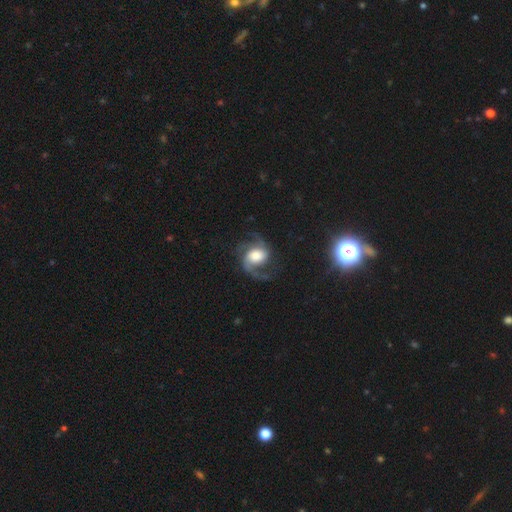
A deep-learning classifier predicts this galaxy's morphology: This is clearly a featured or disk galaxy (83%). It is clearly not viewed edge-on (98%). Bar: possibly no (60%). Spiral arm pattern: clearly yes (97%). Spiral arm count: clearly 2 (84%). Spiral winding: possibly medium (49%). Central bulge: possibly large (53%). Merging: likely none (66%).